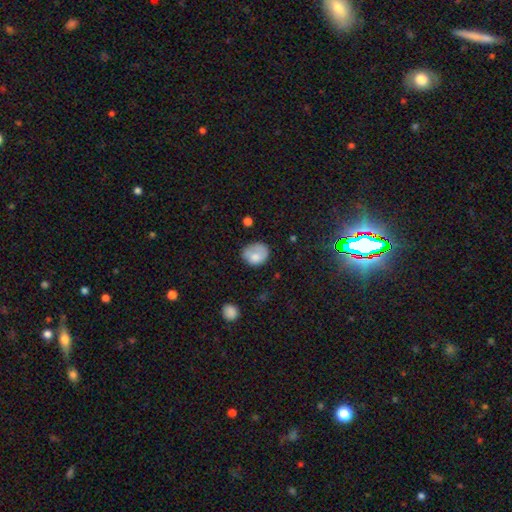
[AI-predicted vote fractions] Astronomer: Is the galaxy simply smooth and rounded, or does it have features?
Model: smooth — 75%.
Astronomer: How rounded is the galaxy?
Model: round — 52% (runner-up: in between, 47%).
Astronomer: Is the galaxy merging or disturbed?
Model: none — 50% (runner-up: minor disturbance, 32%).